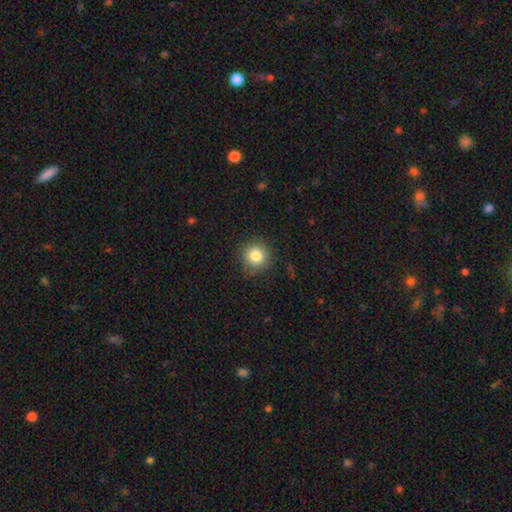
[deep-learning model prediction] A smooth galaxy with no disk features (82%) that is round (94%). Merging: none (87%).